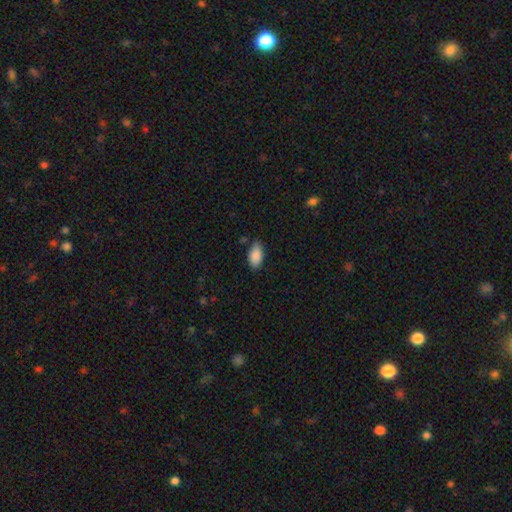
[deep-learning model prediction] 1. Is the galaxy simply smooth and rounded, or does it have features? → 89% smooth, 7% star or artifact, 4% featured or disk.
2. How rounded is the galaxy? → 93% in between, 4% cigar-shaped, 3% round.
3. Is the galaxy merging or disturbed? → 79% none, 16% minor disturbance, 3% major disturbance, 2% merger.